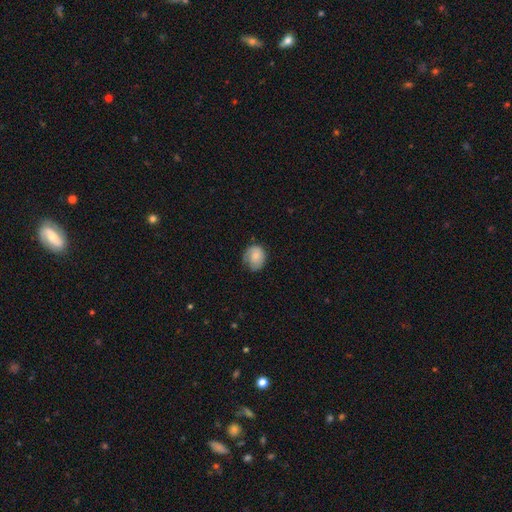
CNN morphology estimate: A smooth galaxy with no disk features (64%) that is round (60%).

Vote fractions:
- Smooth or featured? smooth: 64% / featured or disk: 29% / star or artifact: 7%
- How rounded? round: 60% / in between: 40% / cigar-shaped: 1%
- Merging? none: 53% / minor disturbance: 30% / major disturbance: 15% / merger: 2%